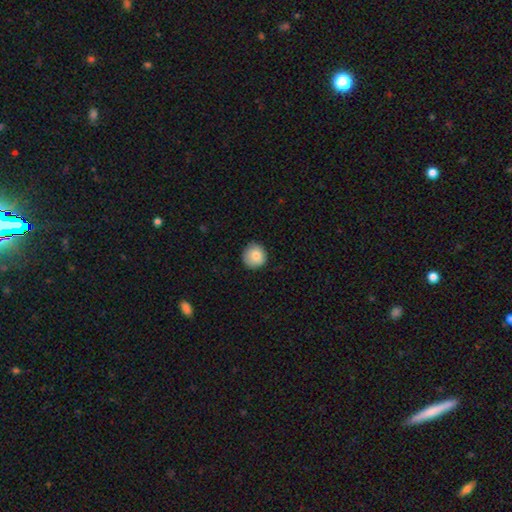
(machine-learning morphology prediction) The model was most divided on "merging": none: 84%, minor disturbance: 13%, major disturbance: 2%, merger: 1%. More confident: how rounded — round (93%); smooth or featured — smooth (82%).